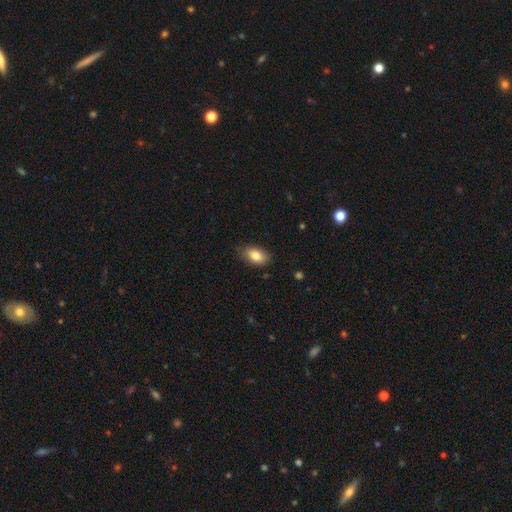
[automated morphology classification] Overall: smooth (82%). How rounded: in between (90%). Merging: none (79%).